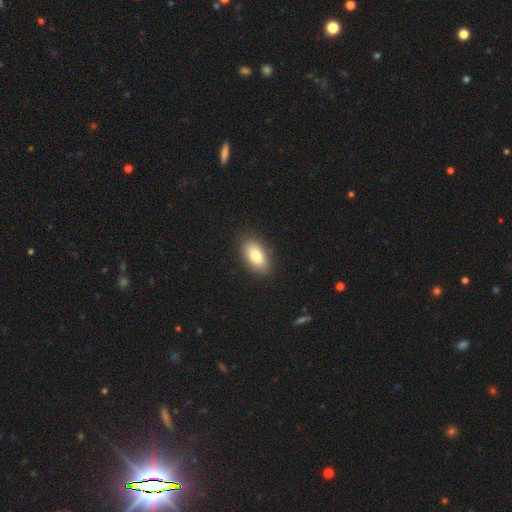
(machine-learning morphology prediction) This appears to be a smooth galaxy with no disk features (81%) that is in between round and cigar-shaped (92%). Merging: none (87%).